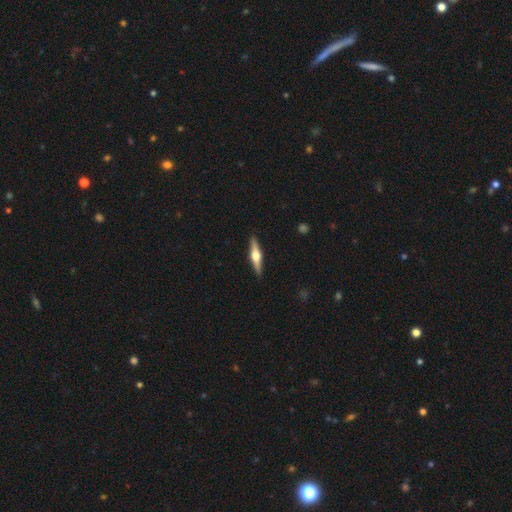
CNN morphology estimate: smooth-or-featured: featured or disk: 67% | smooth: 28% | star or artifact: 5%
  disk-edge-on: yes: 97% | no: 3%
    edge-on-bulge: rounded: 95% | boxy: 3% | none: 2%
  merging: none: 91% | minor disturbance: 7% | major disturbance: 1% | merger: 1%